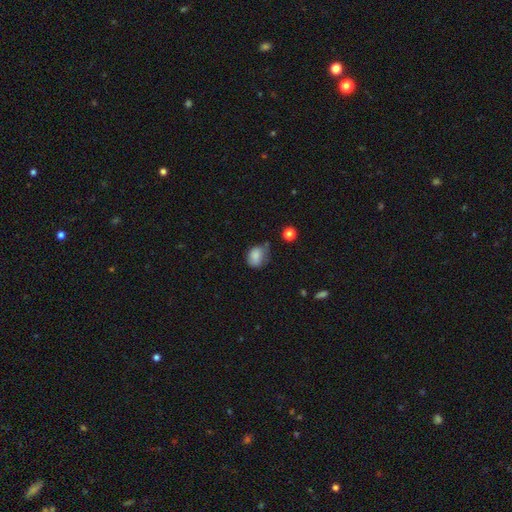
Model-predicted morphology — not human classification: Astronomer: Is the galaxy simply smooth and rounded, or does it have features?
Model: smooth — 82%.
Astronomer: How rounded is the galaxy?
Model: in between — 56% (runner-up: round, 43%).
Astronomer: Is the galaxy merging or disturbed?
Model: none — 43% (runner-up: minor disturbance, 39%).